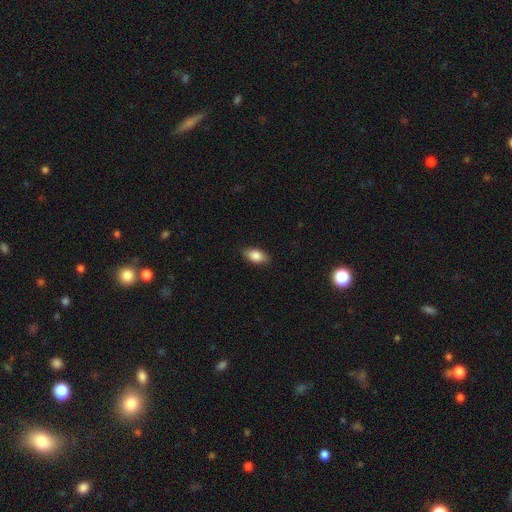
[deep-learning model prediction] smooth_or_featured: smooth (p=0.84) [alt: featured or disk p=0.09]
how_rounded: in between (p=0.89) [alt: cigar-shaped p=0.06]
merging: none (p=0.85) [alt: minor disturbance p=0.12]